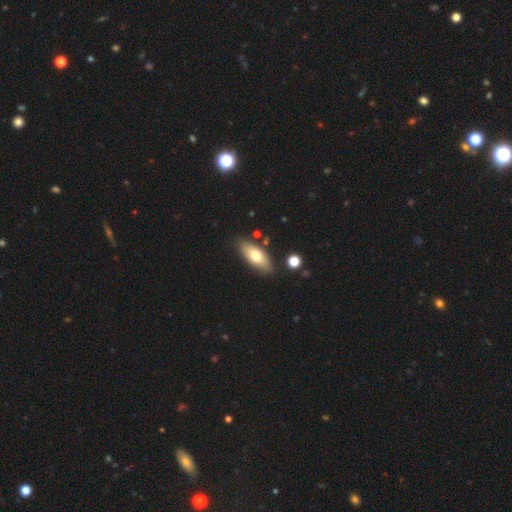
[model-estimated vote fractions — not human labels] Q: Smooth or featured?
A: smooth (70%); runner-up: featured or disk (24%)
Q: How rounded?
A: in between (81%); runner-up: cigar-shaped (17%)
Q: Merging?
A: none (83%); runner-up: minor disturbance (11%)